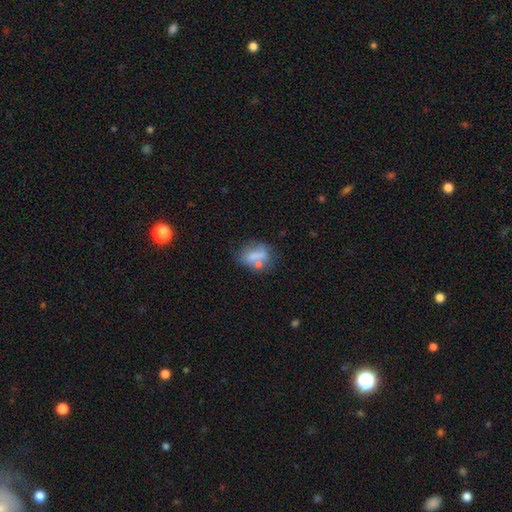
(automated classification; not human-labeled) Morphology: type=smooth (65%); roundness=in between (68%); merging=none (42%).